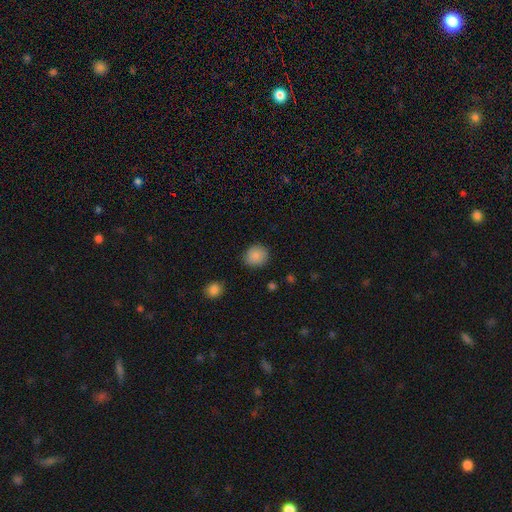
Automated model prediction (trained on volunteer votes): This is clearly a smooth galaxy (88%). How rounded: clearly round (82%). Merging: clearly none (88%).